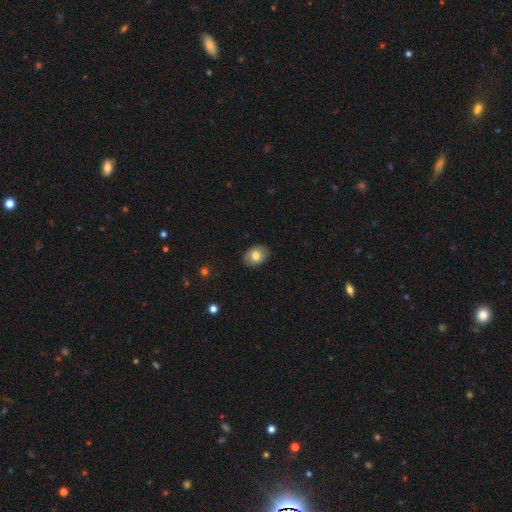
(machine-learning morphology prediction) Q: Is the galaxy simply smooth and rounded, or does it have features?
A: smooth — 79%.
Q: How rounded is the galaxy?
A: in between — 73%.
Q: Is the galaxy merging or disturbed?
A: none — 87%.